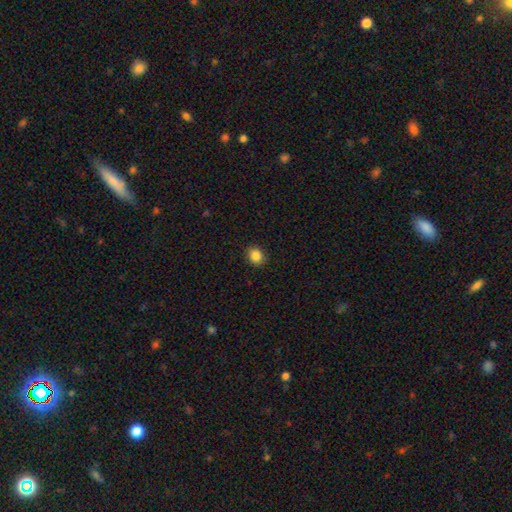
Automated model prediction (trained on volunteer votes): Overall: smooth (86%). How rounded: round (67%; in between 32%). Merging: none (90%).